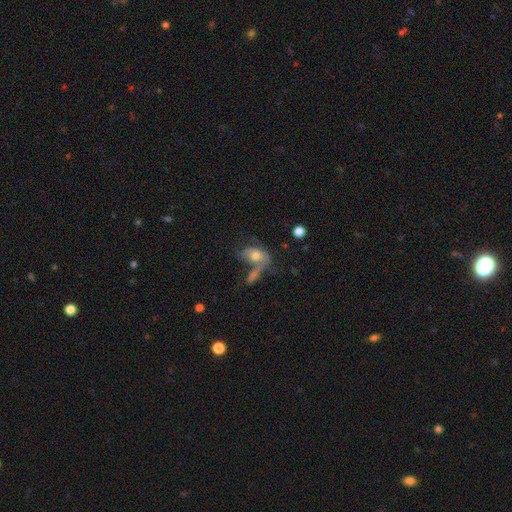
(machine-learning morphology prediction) This appears to be a smooth galaxy with no disk features (56%) that is in between round and cigar-shaped (83%). Merging: merger (39%).